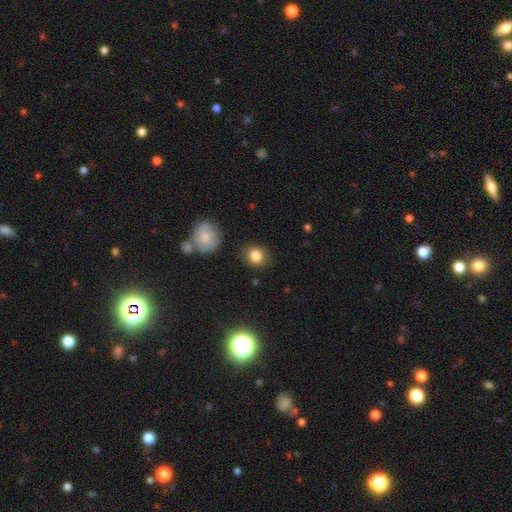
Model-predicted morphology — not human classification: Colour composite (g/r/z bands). It shows a smooth galaxy with no disk features (85%) that is round (75%). Merging: none (82%).